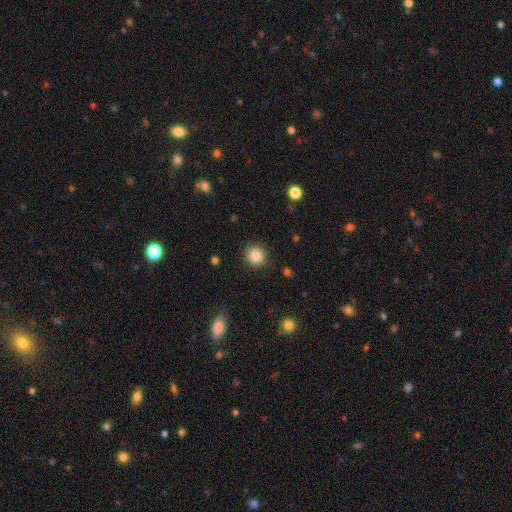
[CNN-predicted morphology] smooth 86%, star or artifact 10%, featured or disk 4%. Down the decision tree: how rounded — round (88%); merging — none (89%).